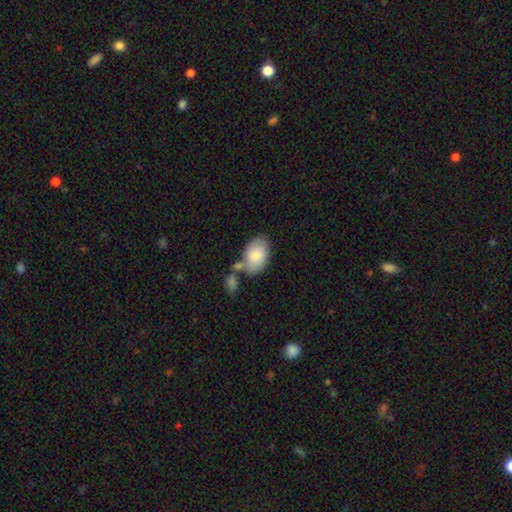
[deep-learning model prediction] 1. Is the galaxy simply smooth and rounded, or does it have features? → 81% smooth, 14% featured or disk, 6% star or artifact.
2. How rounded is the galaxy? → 91% in between, 7% round, 1% cigar-shaped.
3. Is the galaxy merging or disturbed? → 56% none, 20% merger, 18% minor disturbance, 5% major disturbance.